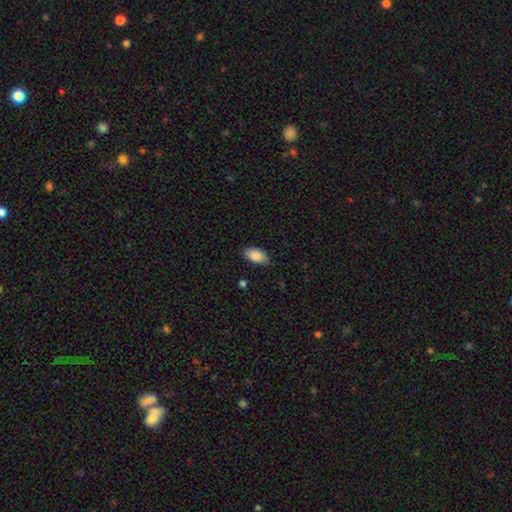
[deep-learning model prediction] A smooth galaxy with no disk features (86%) that is in between round and cigar-shaped (94%).

Vote fractions:
- Smooth or featured? smooth: 86% / featured or disk: 7% / star or artifact: 7%
- How rounded? in between: 94% / round: 3% / cigar-shaped: 2%
- Merging? none: 82% / minor disturbance: 15% / major disturbance: 3% / merger: 1%